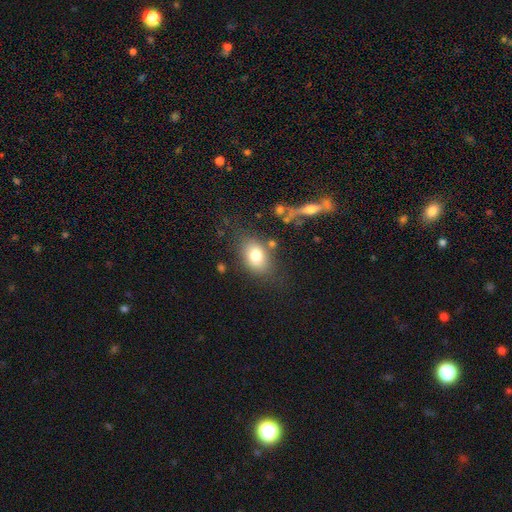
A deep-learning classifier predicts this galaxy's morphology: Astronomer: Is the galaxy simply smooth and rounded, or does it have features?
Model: smooth — 78%.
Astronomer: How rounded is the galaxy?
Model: in between — 79%.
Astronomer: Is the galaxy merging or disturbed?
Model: none — 71%.